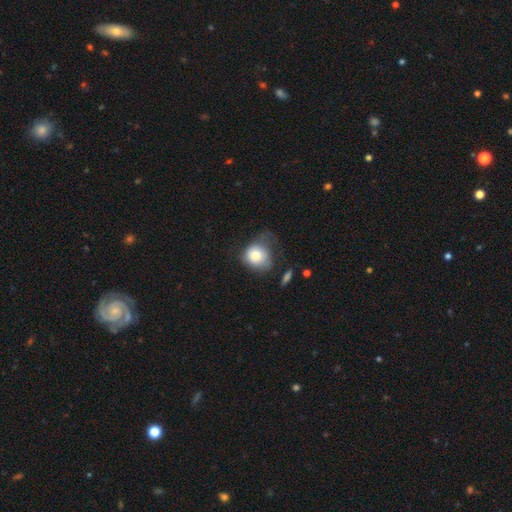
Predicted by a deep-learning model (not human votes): Smooth or featured? smooth (77%)
How rounded? round (77%)
Merging? minor disturbance (35%)